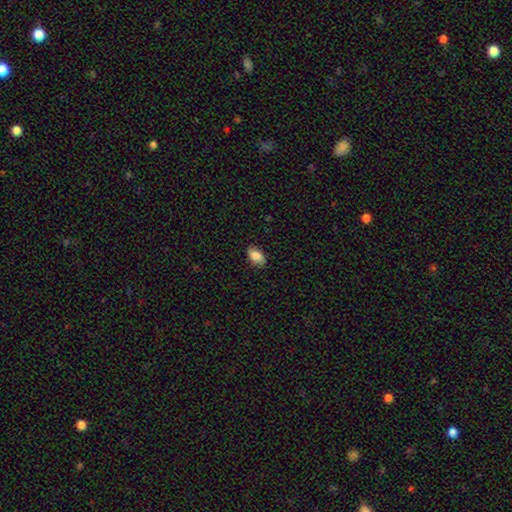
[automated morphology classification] The model was most divided on "merging": none: 80%, minor disturbance: 16%, major disturbance: 3%, merger: 1%. More confident: how rounded — in between (91%); smooth or featured — smooth (79%).